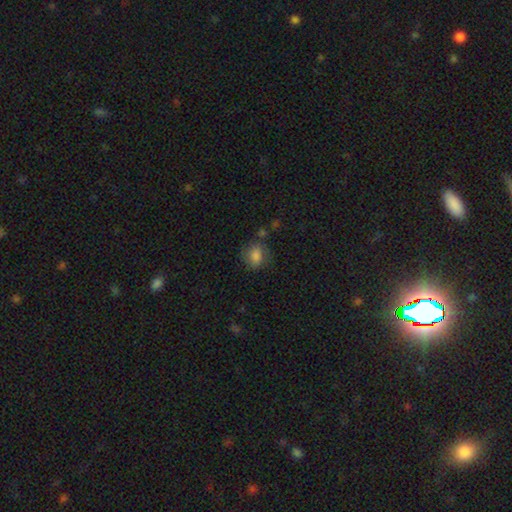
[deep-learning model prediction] smooth 80%, star or artifact 11%, featured or disk 10%. Down the decision tree: how rounded — in between (51%); merging — none (63%).